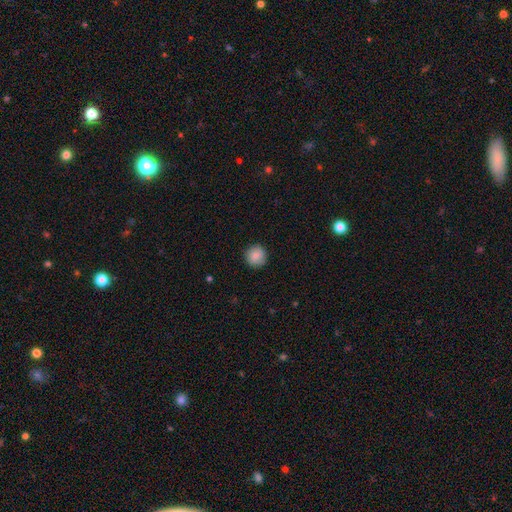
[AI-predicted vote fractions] smooth-or-featured: smooth: 86% | star or artifact: 8% | featured or disk: 6%
  how-rounded: round: 94% | in between: 5% | cigar-shaped: 1%
  merging: none: 90% | minor disturbance: 7% | major disturbance: 2% | merger: 1%